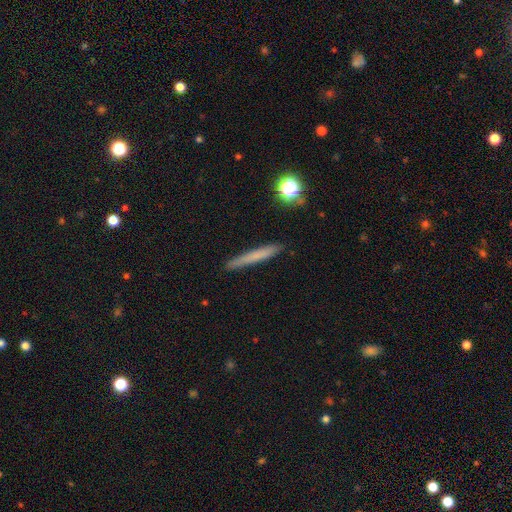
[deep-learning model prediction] A smooth galaxy with no disk features (66%) that is cigar-shaped (96%).

Vote fractions:
- Smooth or featured? smooth: 66% / featured or disk: 26% / star or artifact: 8%
- How rounded? cigar-shaped: 96% / in between: 3% / round: 2%
- Merging? none: 88% / minor disturbance: 9% / major disturbance: 2% / merger: 1%